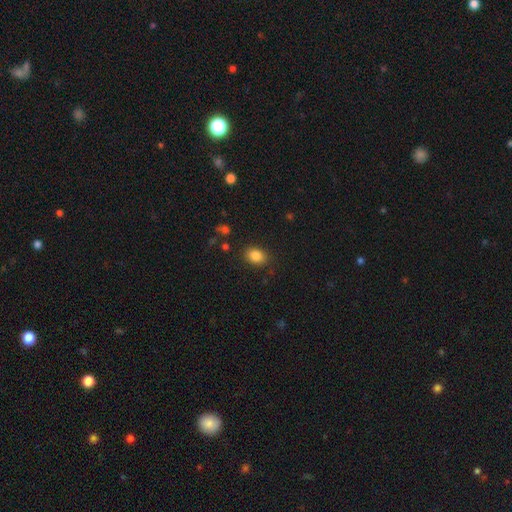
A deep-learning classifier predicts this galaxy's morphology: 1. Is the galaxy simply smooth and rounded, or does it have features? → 86% smooth, 10% star or artifact, 5% featured or disk.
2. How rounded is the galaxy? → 70% in between, 29% round, 1% cigar-shaped.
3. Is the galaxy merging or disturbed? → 86% none, 10% minor disturbance, 3% major disturbance, 1% merger.